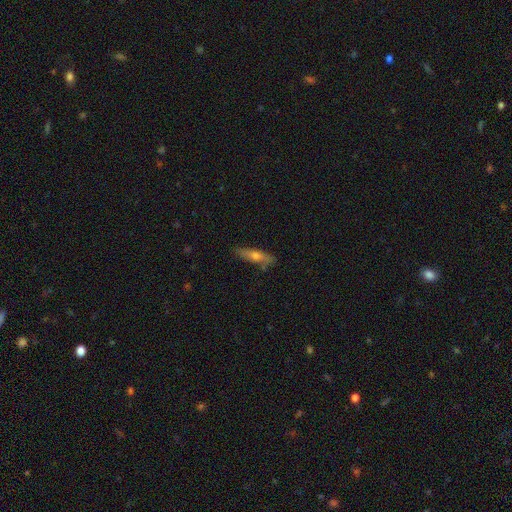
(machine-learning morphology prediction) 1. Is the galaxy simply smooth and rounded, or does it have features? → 57% smooth, 36% featured or disk, 7% star or artifact.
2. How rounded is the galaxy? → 71% cigar-shaped, 27% in between, 2% round.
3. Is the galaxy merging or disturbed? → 78% none, 16% minor disturbance, 3% merger, 3% major disturbance.